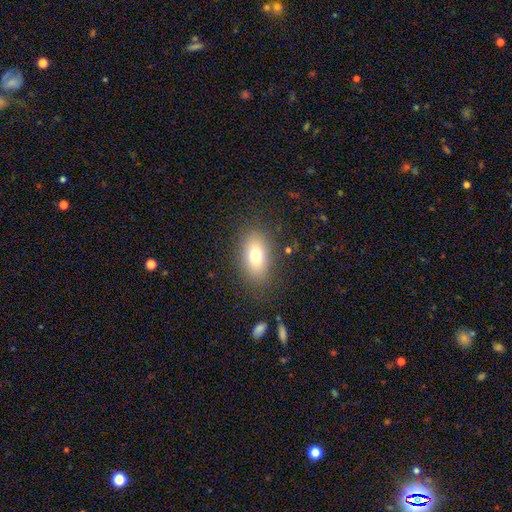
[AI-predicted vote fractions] smooth 74%, featured or disk 16%, star or artifact 10%. Down the decision tree: how rounded — in between (85%); merging — none (83%).